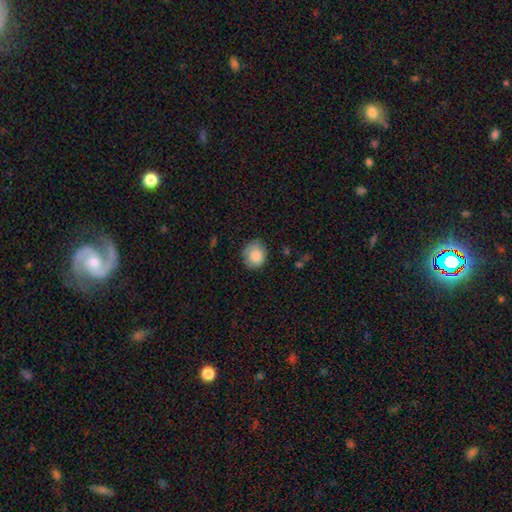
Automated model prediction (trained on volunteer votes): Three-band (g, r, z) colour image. It shows a smooth galaxy with no disk features (85%) that is round (78%). Merging: none (76%).